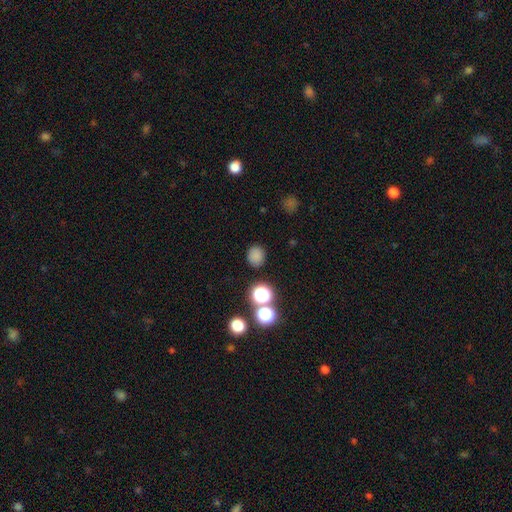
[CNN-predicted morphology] type=smooth (78%); roundness=round (81%); merging=none (83%).